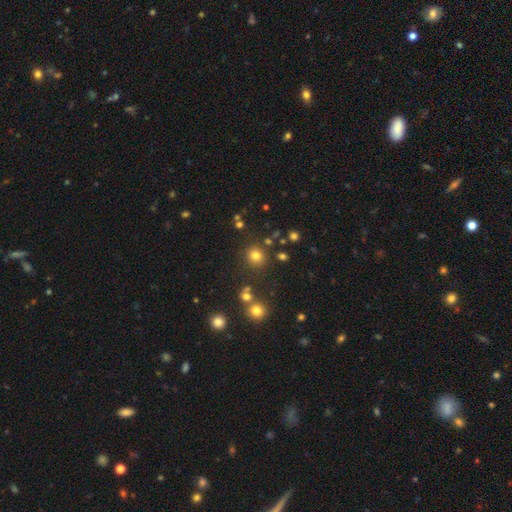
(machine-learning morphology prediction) Q: Smooth or featured?
A: smooth (77%); runner-up: star or artifact (17%)
Q: How rounded?
A: round (90%); runner-up: in between (9%)
Q: Merging?
A: none (84%); runner-up: minor disturbance (7%)